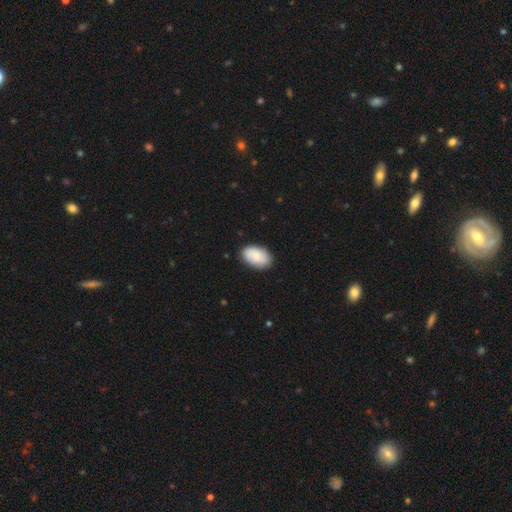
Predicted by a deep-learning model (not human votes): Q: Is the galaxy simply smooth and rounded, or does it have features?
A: smooth — 75%.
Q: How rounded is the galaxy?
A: in between — 92%.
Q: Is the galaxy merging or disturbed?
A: none — 84%.